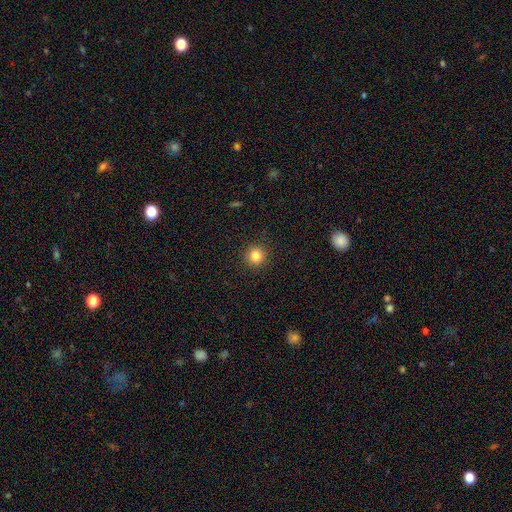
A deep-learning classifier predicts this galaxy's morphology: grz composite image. It shows a smooth galaxy with no disk features (83%) that is round (94%). Merging: none (91%).